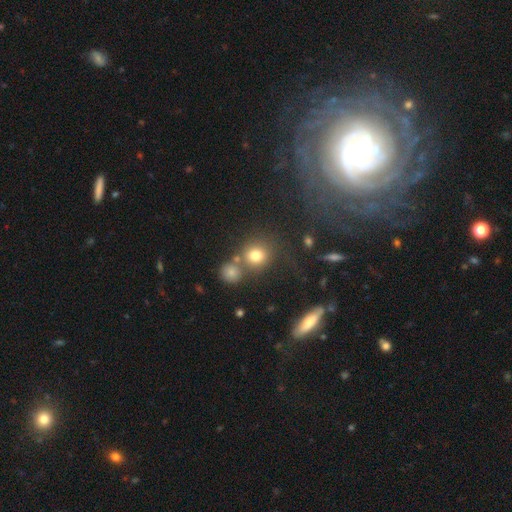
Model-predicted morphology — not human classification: This appears to be a smooth galaxy with no disk features (77%) that is round (82%). Merging: none (59%).